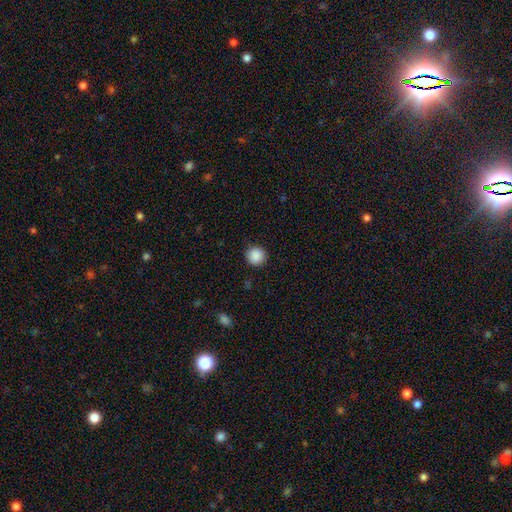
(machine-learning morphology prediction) smooth_or_featured: smooth (p=0.89) [alt: star or artifact p=0.09]
how_rounded: round (p=0.94) [alt: in between p=0.05]
merging: none (p=0.90) [alt: minor disturbance p=0.07]